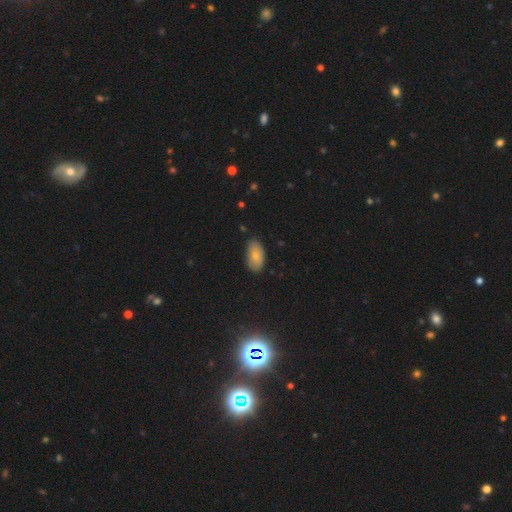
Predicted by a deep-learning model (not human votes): Smooth or featured: smooth — 76% (featured or disk — 15%)
How rounded: in between — 94% (round — 4%)
Merging: none — 78% (minor disturbance — 18%)